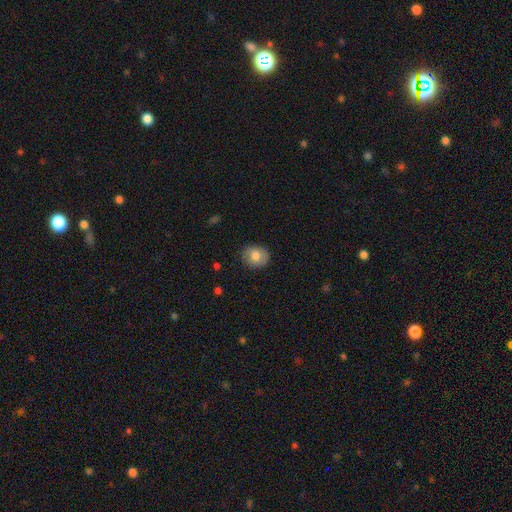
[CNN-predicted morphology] A smooth galaxy with no disk features (79%) that is round (67%).

Vote fractions:
- Smooth or featured? smooth: 79% / featured or disk: 13% / star or artifact: 8%
- How rounded? round: 67% / in between: 32% / cigar-shaped: 1%
- Merging? none: 84% / minor disturbance: 12% / major disturbance: 3% / merger: 1%